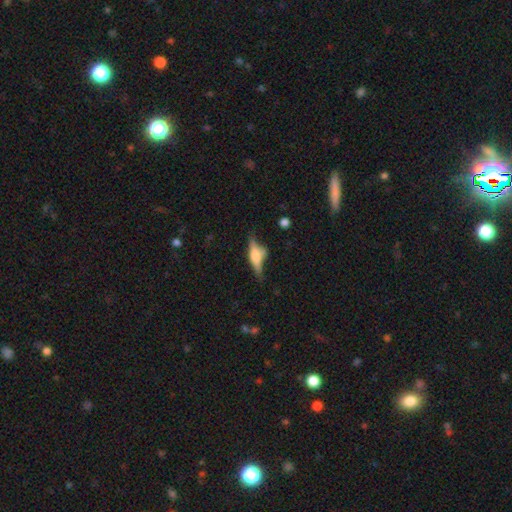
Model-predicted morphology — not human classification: This appears to be a featured or disk galaxy (52%) viewed edge-on (90%). Merging: none (58%).